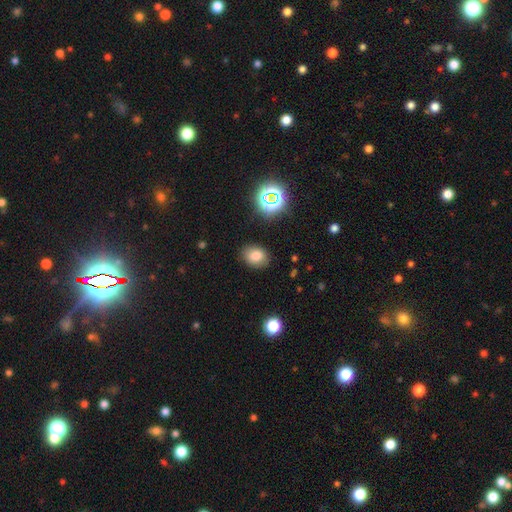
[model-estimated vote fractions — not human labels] Morphology: type=smooth (78%); roundness=in between (61%); merging=none (85%).